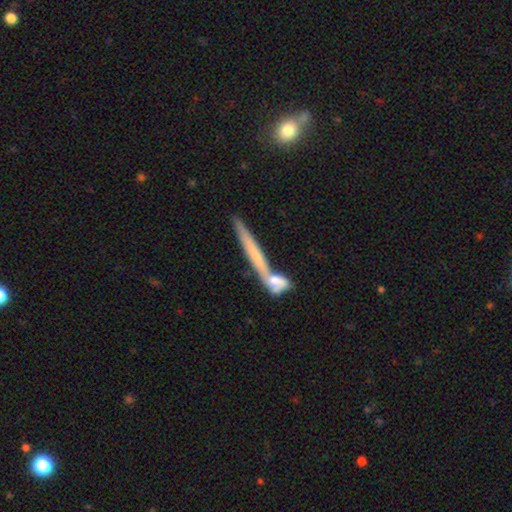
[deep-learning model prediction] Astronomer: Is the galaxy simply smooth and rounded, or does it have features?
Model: featured or disk — 46%, tied with smooth at 46%.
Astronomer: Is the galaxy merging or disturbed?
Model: none — 59%.